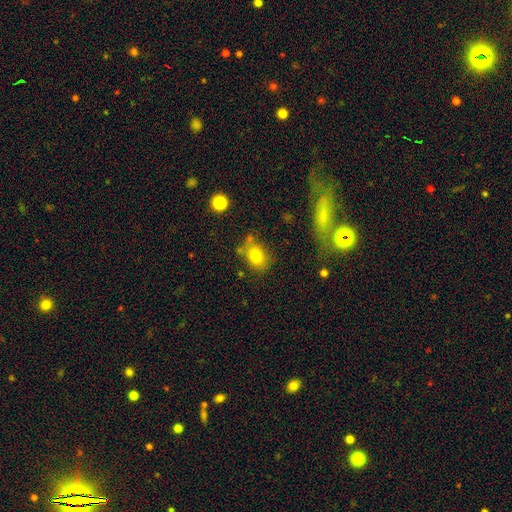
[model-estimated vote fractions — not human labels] Morphology: type=smooth (79%); roundness=in between (57%); merging=none (67%).